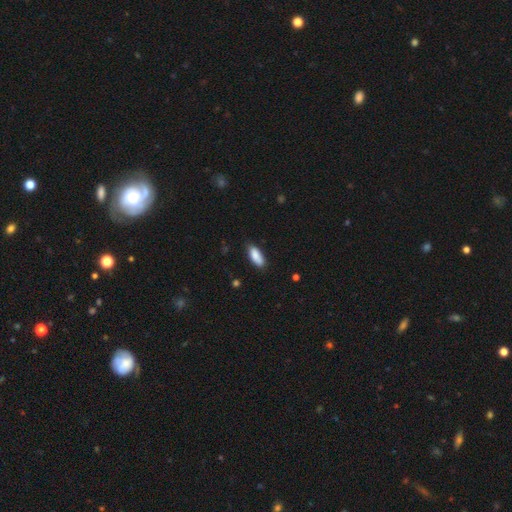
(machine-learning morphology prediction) The model was most divided on "merging": none: 76%, minor disturbance: 19%, major disturbance: 3%, merger: 2%. More confident: smooth or featured — smooth (87%); how rounded — in between (78%).